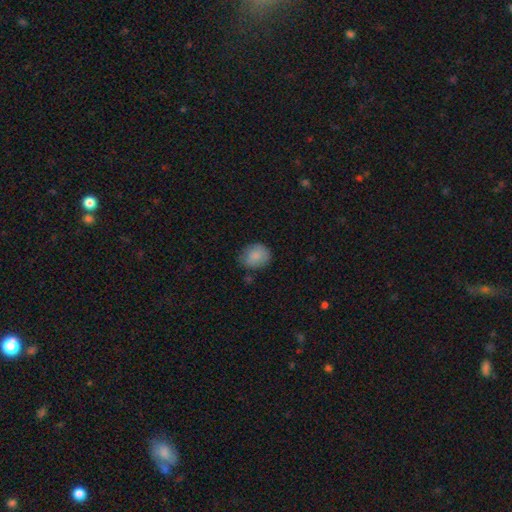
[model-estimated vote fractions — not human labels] Smooth or featured: smooth — 85% (star or artifact — 8%)
How rounded: round — 67% (in between — 32%)
Merging: none — 68% (minor disturbance — 24%)